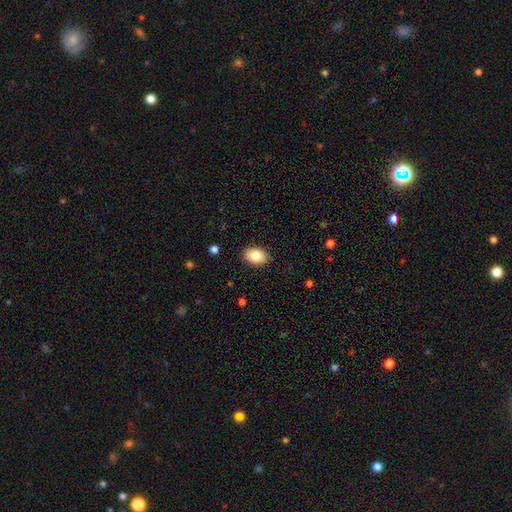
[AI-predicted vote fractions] A smooth galaxy with no disk features (82%) that is in between round and cigar-shaped (84%). Merging: none (88%).